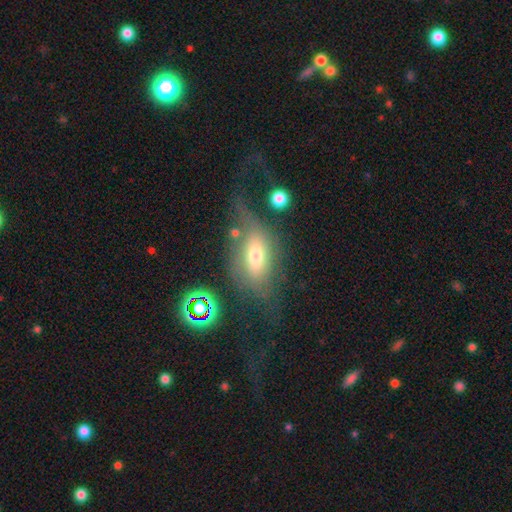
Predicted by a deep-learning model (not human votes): The model was most divided on "smooth or featured": featured or disk: 45%, smooth: 43%, star or artifact: 13%. Remaining: merging — major disturbance (40%).